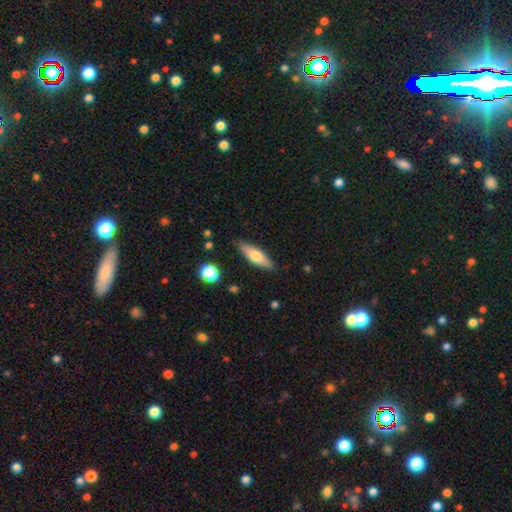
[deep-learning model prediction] Morphology: type=smooth (64%); roundness=cigar-shaped (50%); merging=none (86%).